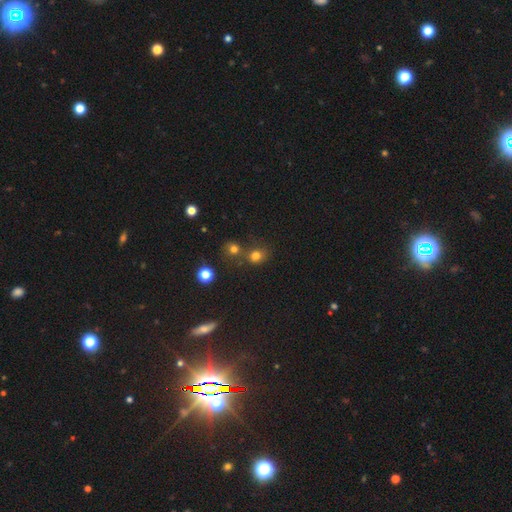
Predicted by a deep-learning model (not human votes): A smooth galaxy with no disk features (75%) that is round (76%).

Vote fractions:
- Smooth or featured? smooth: 75% / star or artifact: 18% / featured or disk: 7%
- How rounded? round: 76% / in between: 23% / cigar-shaped: 1%
- Merging? none: 56% / merger: 30% / minor disturbance: 10% / major disturbance: 5%